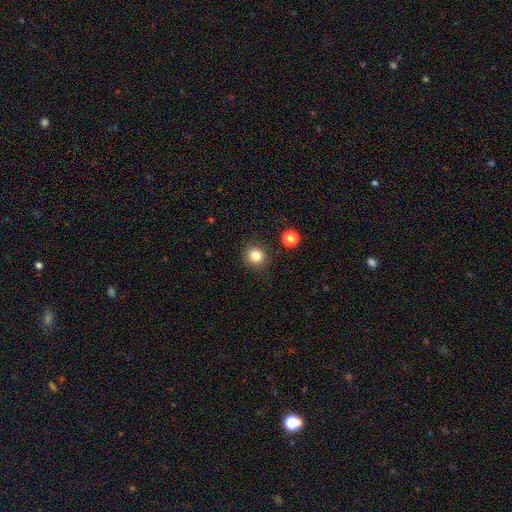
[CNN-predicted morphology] smooth-or-featured: smooth: 84% | star or artifact: 11% | featured or disk: 5%
  how-rounded: round: 88% | in between: 11% | cigar-shaped: 1%
  merging: none: 88% | minor disturbance: 7% | major disturbance: 2% | merger: 2%